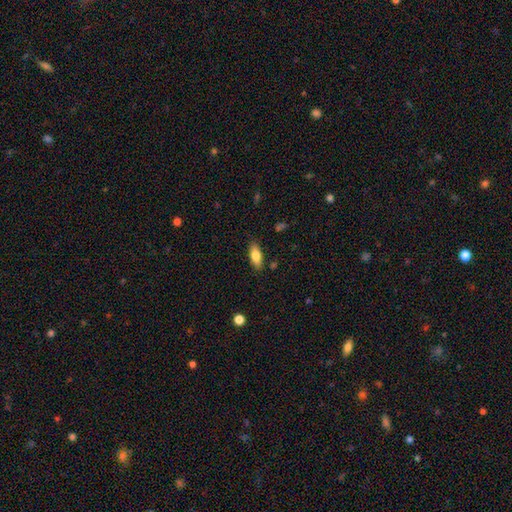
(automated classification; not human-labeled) A smooth galaxy with no disk features (78%) that is in between round and cigar-shaped (77%).

Vote fractions:
- Smooth or featured? smooth: 78% / featured or disk: 15% / star or artifact: 7%
- How rounded? in between: 77% / cigar-shaped: 21% / round: 2%
- Merging? none: 85% / minor disturbance: 11% / major disturbance: 2% / merger: 2%